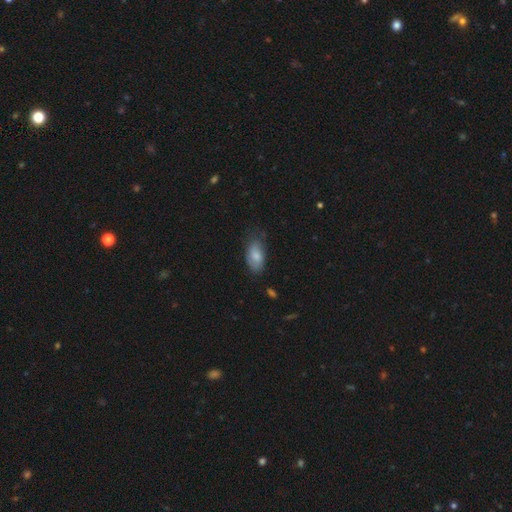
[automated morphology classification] This is likely a smooth galaxy (77%). How rounded: clearly in between (92%). Merging: likely none (62%).